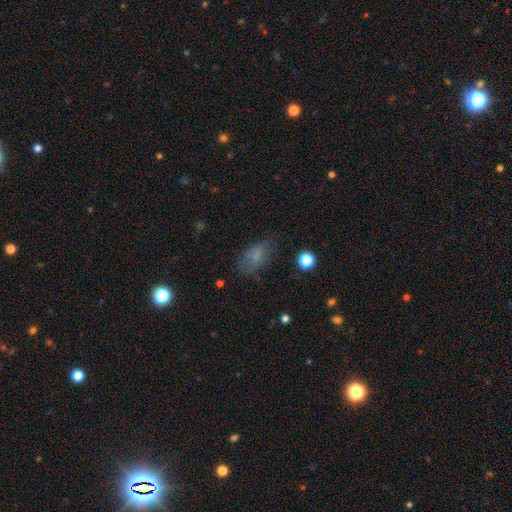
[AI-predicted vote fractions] Morphology: type=smooth (66%); roundness=in between (89%); merging=none (63%).